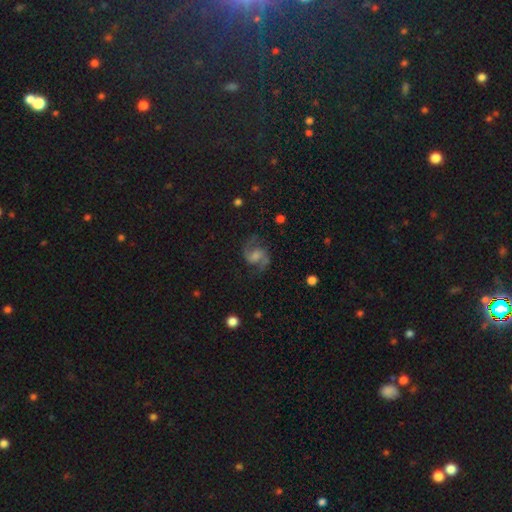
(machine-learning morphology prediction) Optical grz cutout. It shows a featured or disk galaxy (85%) with a weak bar (49%), 2 (94%) medium (57%) spiral arms (97%) and a moderate central bulge (40%). Merging: none (77%).